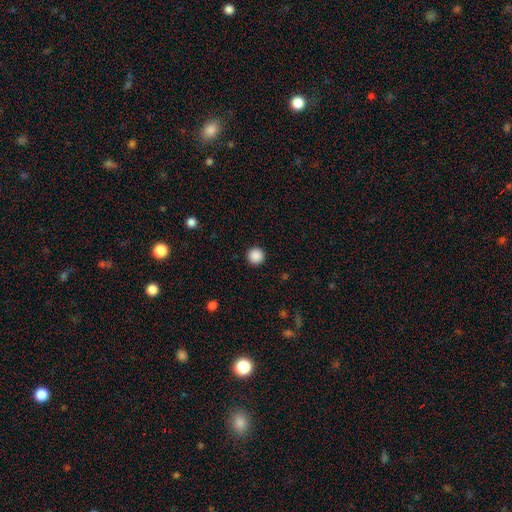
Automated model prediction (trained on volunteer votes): smooth 89%, star or artifact 9%, featured or disk 2%. Down the decision tree: how rounded — round (96%); merging — none (93%).